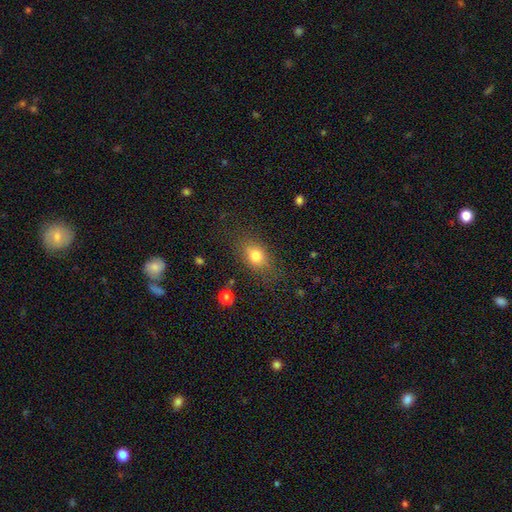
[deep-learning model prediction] This is likely a smooth galaxy (78%). How rounded: likely in between (68%). Merging: likely none (76%).